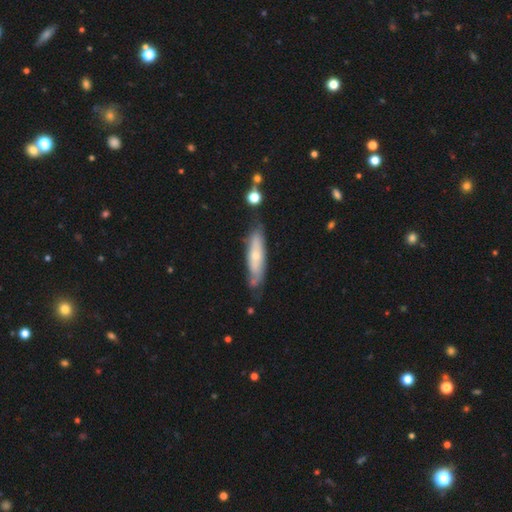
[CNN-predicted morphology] smooth-or-featured: featured or disk: 49% | smooth: 45% | star or artifact: 6%
  merging: none: 65% | minor disturbance: 23% | major disturbance: 6% | merger: 5%